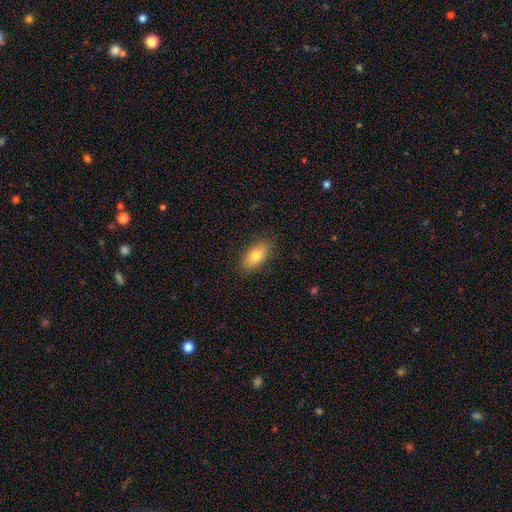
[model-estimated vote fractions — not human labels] This appears to be a smooth galaxy with no disk features (78%) that is in between round and cigar-shaped (89%). Merging: none (86%).